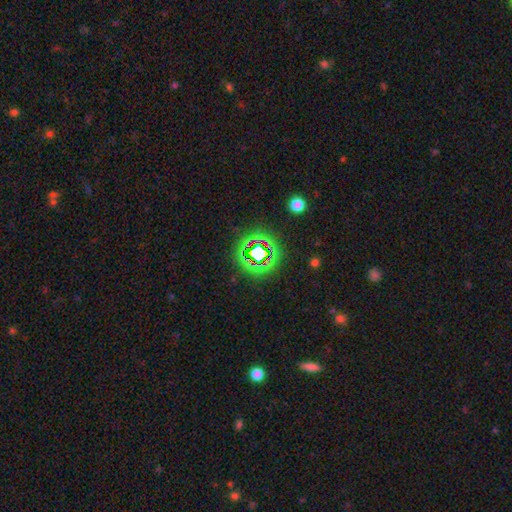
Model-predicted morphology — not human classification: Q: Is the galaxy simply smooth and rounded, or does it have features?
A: star or artifact — 71%.